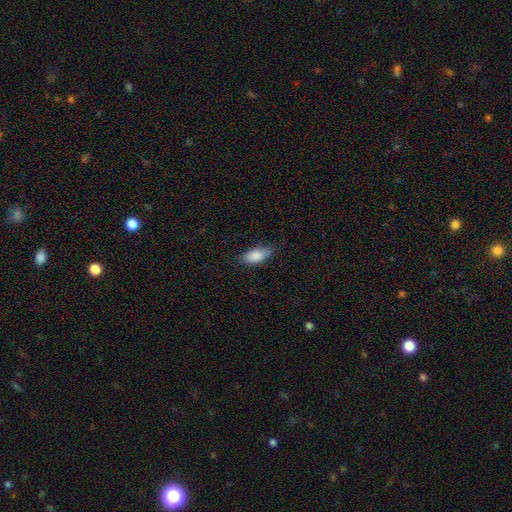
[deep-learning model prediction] Smooth or featured?
  - smooth: 85% *
  - featured or disk: 9%
  - star or artifact: 6%
How rounded?
  - in between: 86% *
  - cigar-shaped: 12%
  - round: 2%
Merging?
  - none: 77% *
  - minor disturbance: 19%
  - major disturbance: 3%
  - merger: 1%